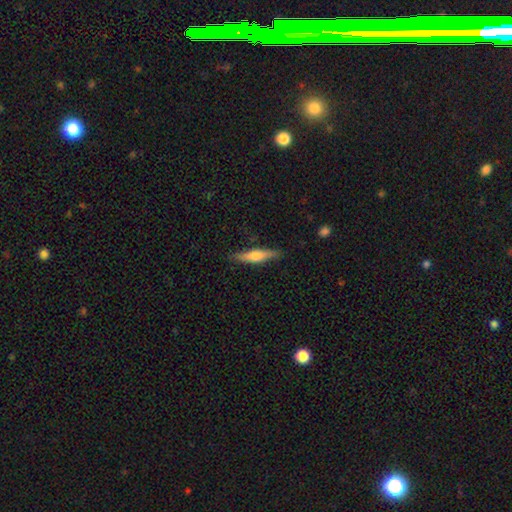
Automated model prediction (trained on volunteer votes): A featured or disk galaxy (48%). Merging: none (87%).